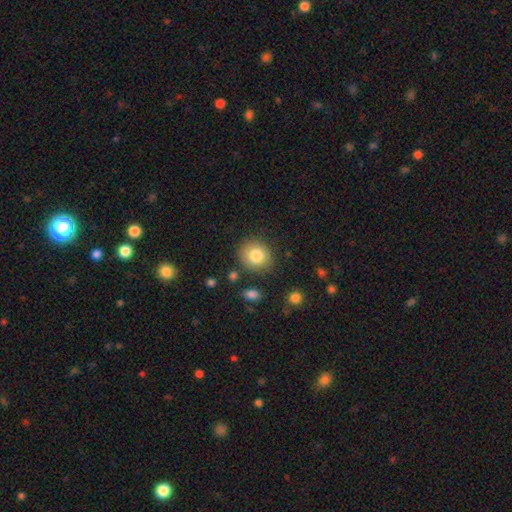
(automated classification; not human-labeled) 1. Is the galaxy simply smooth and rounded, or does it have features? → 82% smooth, 9% star or artifact, 9% featured or disk.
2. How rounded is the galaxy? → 85% round, 14% in between, 1% cigar-shaped.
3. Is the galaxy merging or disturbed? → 85% none, 9% minor disturbance, 3% major disturbance, 3% merger.